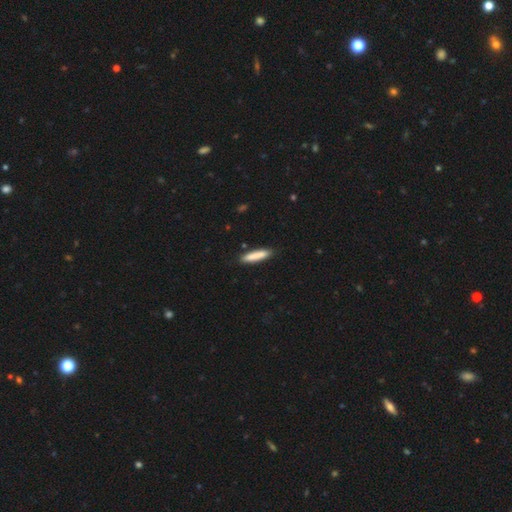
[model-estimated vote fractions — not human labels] This appears to be a smooth galaxy with no disk features (85%) that is cigar-shaped (85%). Merging: none (87%).